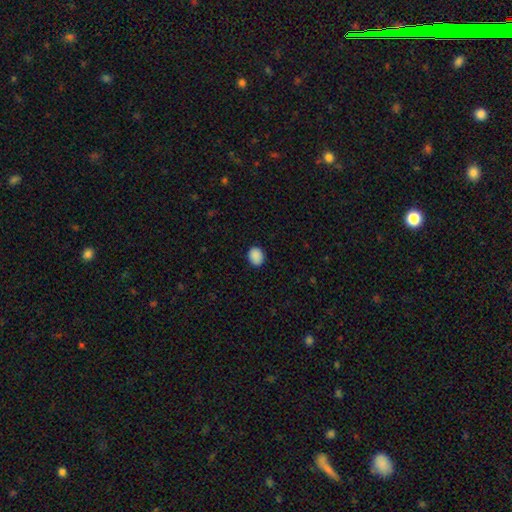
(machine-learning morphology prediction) Smooth or featured? smooth (89%)
How rounded? round (50%, tied with in between)
Merging? none (87%)